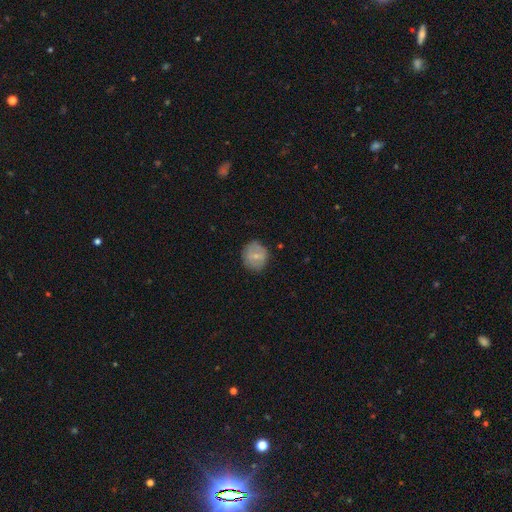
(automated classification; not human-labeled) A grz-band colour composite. It shows a smooth galaxy with no disk features (64%) that is round (83%). Merging: none (78%).